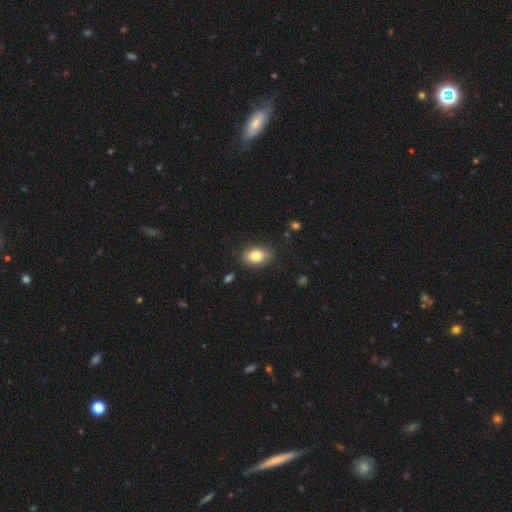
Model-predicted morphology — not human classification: This appears to be a smooth galaxy with no disk features (84%) that is in between round and cigar-shaped (84%). Merging: none (81%).